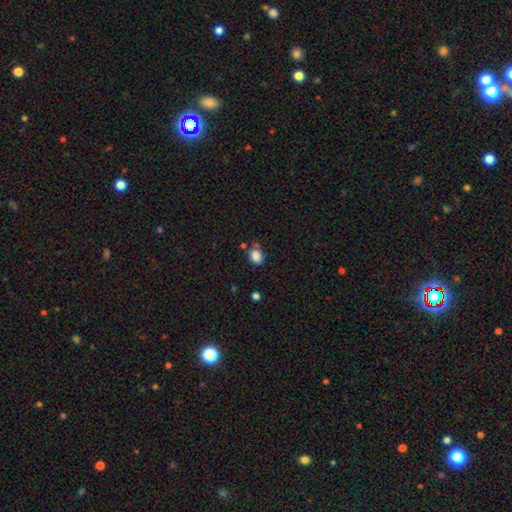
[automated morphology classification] Q: Smooth or featured?
A: smooth (85%); runner-up: star or artifact (10%)
Q: How rounded?
A: in between (54%); runner-up: round (45%)
Q: Merging?
A: none (61%); runner-up: minor disturbance (23%)